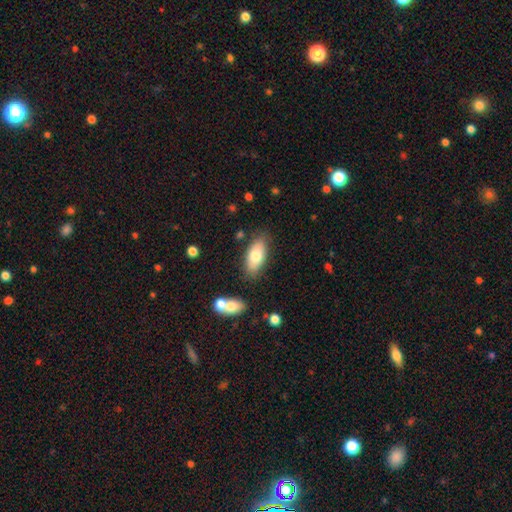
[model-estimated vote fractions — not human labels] A smooth galaxy with no disk features (76%) that is in between round and cigar-shaped (89%).

Vote fractions:
- Smooth or featured? smooth: 76% / featured or disk: 17% / star or artifact: 6%
- How rounded? in between: 89% / cigar-shaped: 8% / round: 3%
- Merging? none: 79% / minor disturbance: 13% / merger: 5% / major disturbance: 3%